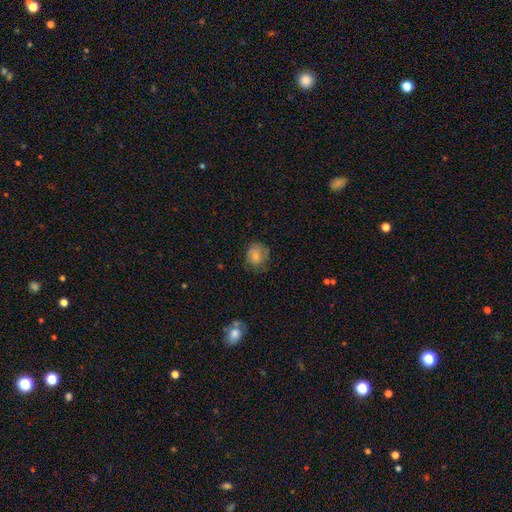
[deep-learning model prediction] This appears to be a smooth galaxy with no disk features (74%) that is round (70%). Merging: none (63%).